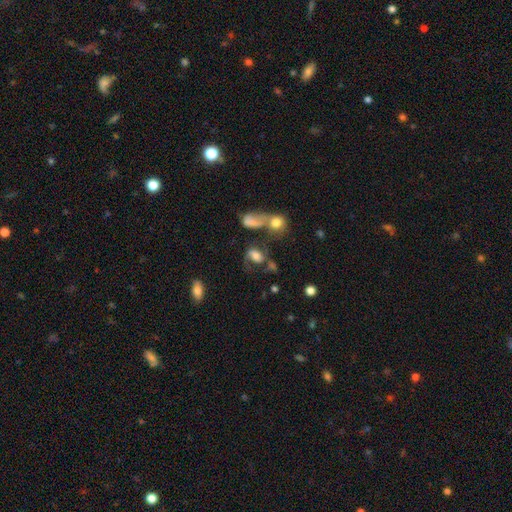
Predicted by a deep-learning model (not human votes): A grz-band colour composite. It shows a featured or disk galaxy (54%) with no bar (55%), spiral arms (79%) and a moderate central bulge (41%). Merging: none (33%).